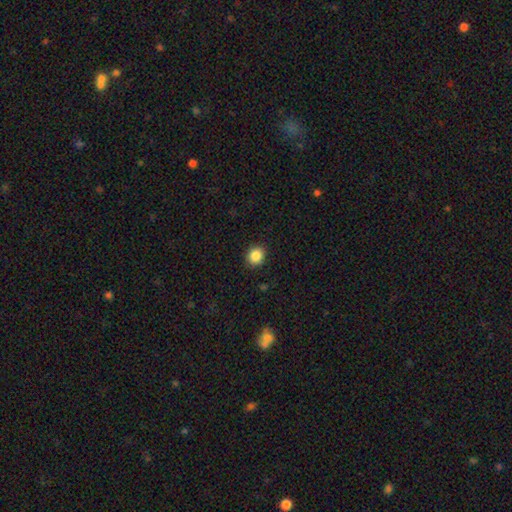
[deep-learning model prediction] Morphology: type=smooth (87%); roundness=round (75%); merging=none (90%).